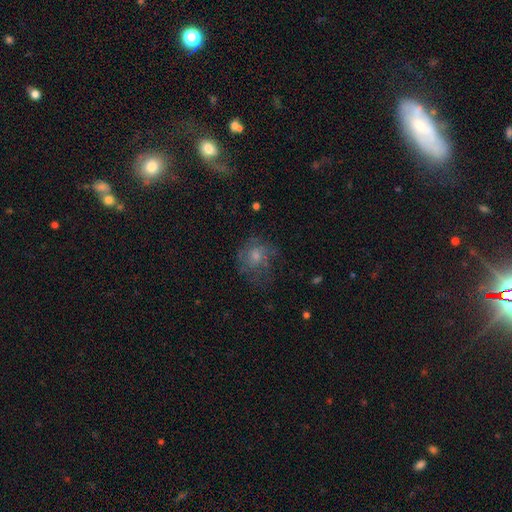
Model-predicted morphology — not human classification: A featured or disk galaxy (45%).

Vote fractions:
- Smooth or featured? featured or disk: 45% / smooth: 37% / star or artifact: 18%
- Merging? none: 55% / major disturbance: 23% / minor disturbance: 20% / merger: 2%